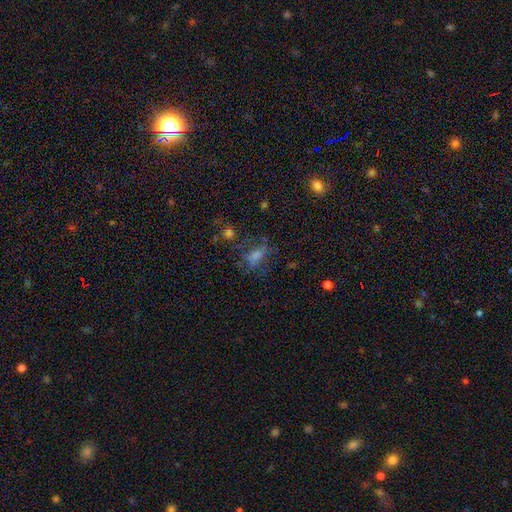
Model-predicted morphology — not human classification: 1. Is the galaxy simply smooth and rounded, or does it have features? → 43% smooth, 30% star or artifact, 27% featured or disk.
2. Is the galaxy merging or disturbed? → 58% none, 19% minor disturbance, 17% major disturbance, 5% merger.